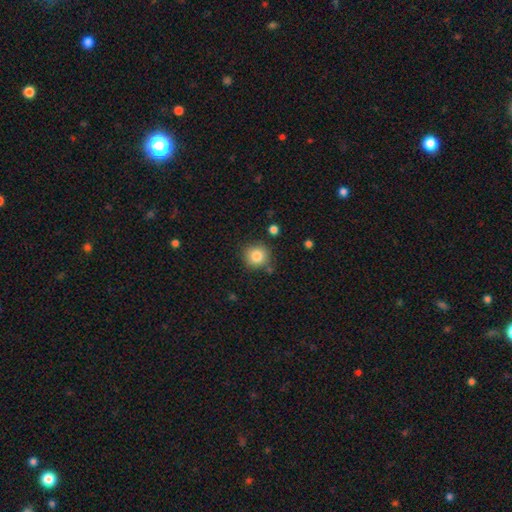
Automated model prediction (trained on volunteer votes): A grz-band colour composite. It shows a smooth galaxy with no disk features (84%) that is round (91%). Merging: none (81%).